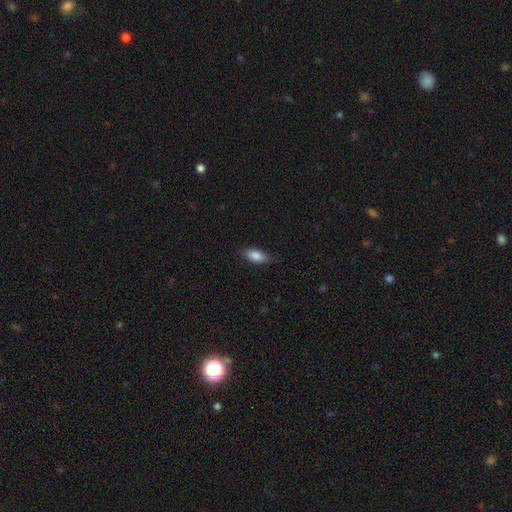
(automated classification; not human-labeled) Smooth or featured? Predicted: smooth (p=0.84). How rounded? Predicted: in between (p=0.86). Merging? Predicted: none (p=0.78).